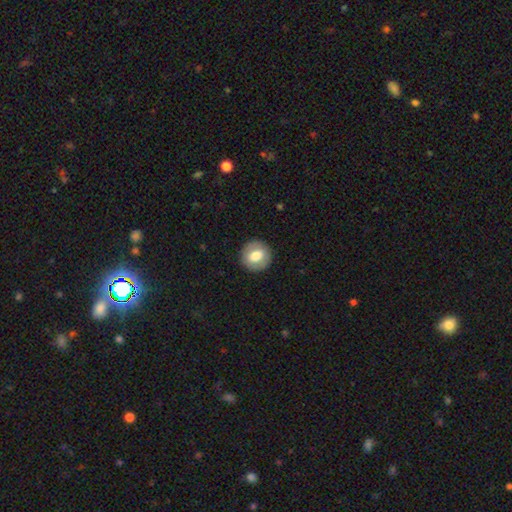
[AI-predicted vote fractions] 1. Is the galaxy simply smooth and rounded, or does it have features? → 69% smooth, 24% featured or disk, 7% star or artifact.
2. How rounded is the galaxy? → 85% round, 14% in between, 1% cigar-shaped.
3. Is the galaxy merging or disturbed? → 89% none, 7% minor disturbance, 3% major disturbance, 1% merger.